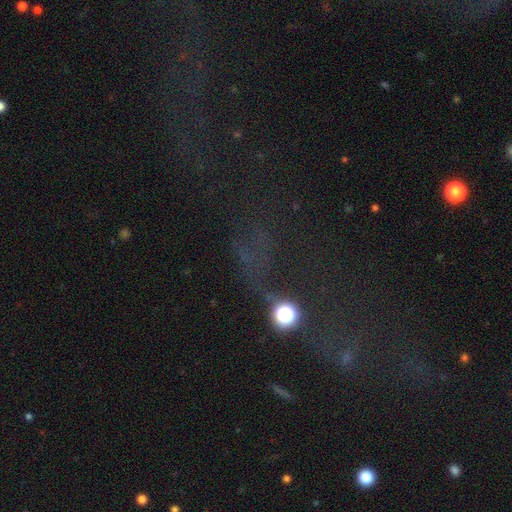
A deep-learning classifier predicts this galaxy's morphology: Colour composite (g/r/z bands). It shows a star or artifact, not a galaxy (58%).